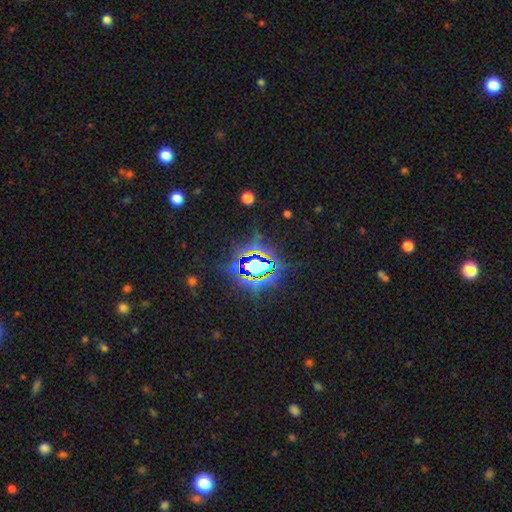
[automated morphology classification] Smooth or featured? star or artifact (81%)